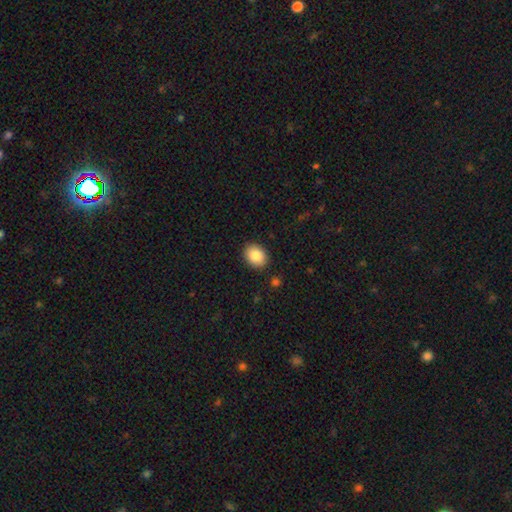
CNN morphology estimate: Overall: smooth (86%). How rounded: in between (65%; round 34%). Merging: none (89%).